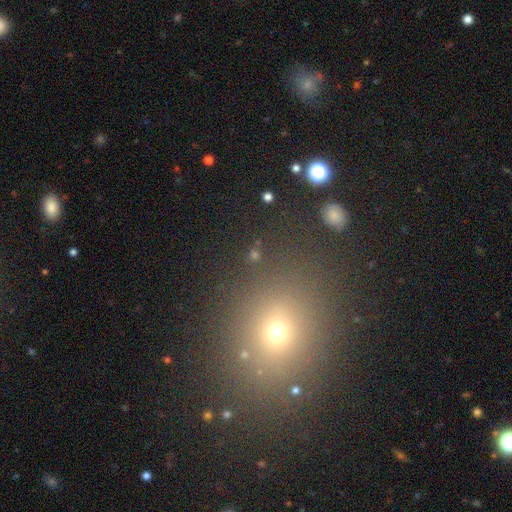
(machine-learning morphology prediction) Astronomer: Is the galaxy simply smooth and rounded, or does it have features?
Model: smooth — 55% (runner-up: star or artifact, 34%).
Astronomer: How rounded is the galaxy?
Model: round — 69%.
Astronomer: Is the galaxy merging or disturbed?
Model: none — 79%.